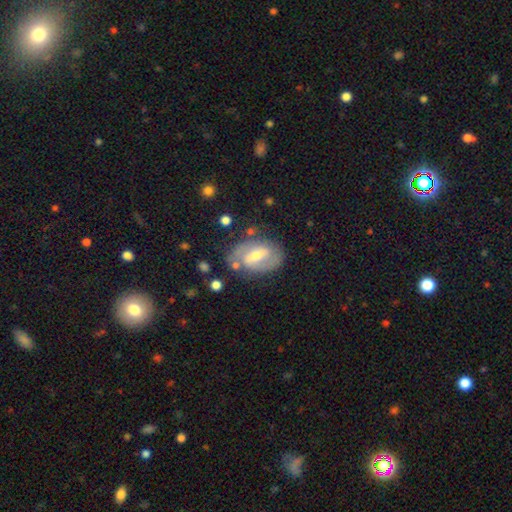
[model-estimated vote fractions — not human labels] A featured or disk galaxy (69%) with a weak bar (48%), 2 (77%) medium (47%) spiral arms (77%) and a moderate central bulge (58%). Merging: none (70%).